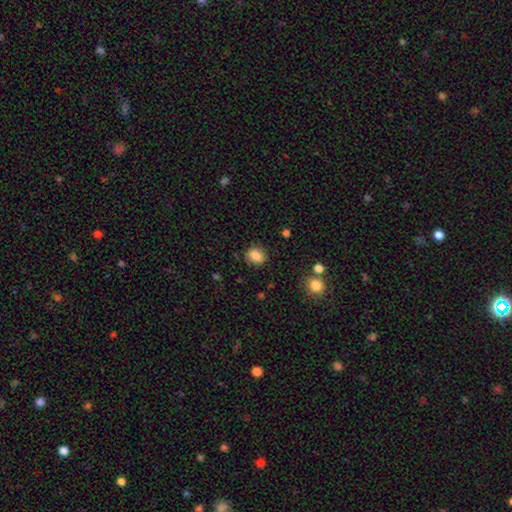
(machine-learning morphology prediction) This appears to be a smooth galaxy with no disk features (85%) that is in between round and cigar-shaped (52%). Merging: none (82%).